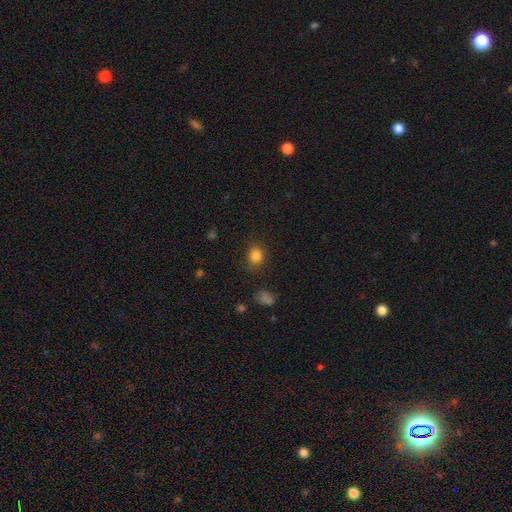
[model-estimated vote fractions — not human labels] smooth-or-featured: smooth: 83% | star or artifact: 12% | featured or disk: 4%
  how-rounded: round: 66% | in between: 33% | cigar-shaped: 1%
  merging: none: 80% | minor disturbance: 14% | major disturbance: 4% | merger: 2%